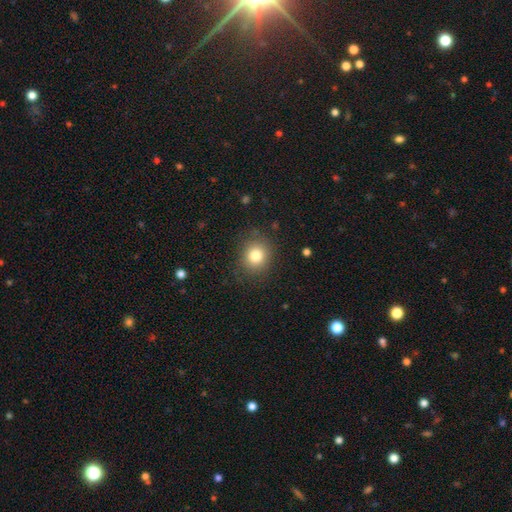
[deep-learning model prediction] Overall: smooth (81%). How rounded: round (77%). Merging: none (85%).